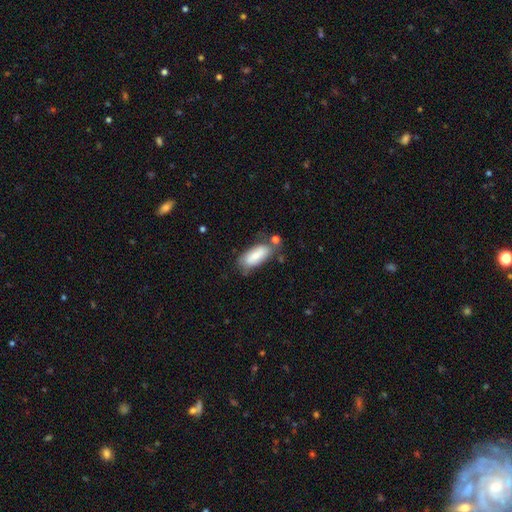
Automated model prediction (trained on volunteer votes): A smooth galaxy with no disk features (74%) that is in between round and cigar-shaped (83%). Merging: none (59%).